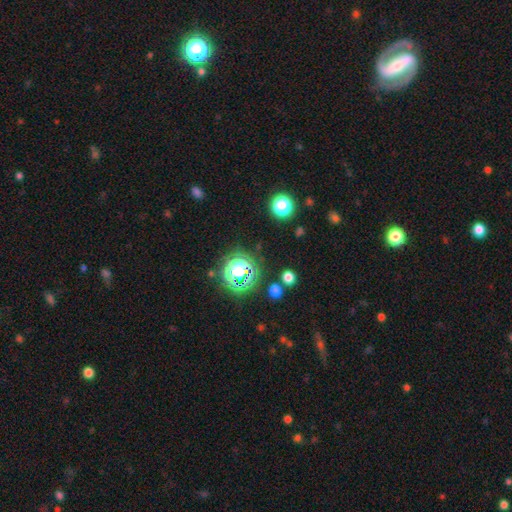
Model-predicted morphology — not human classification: A star or artifact, not a galaxy (74%).

Vote fractions:
- Smooth or featured? star or artifact: 74% / smooth: 18% / featured or disk: 8%